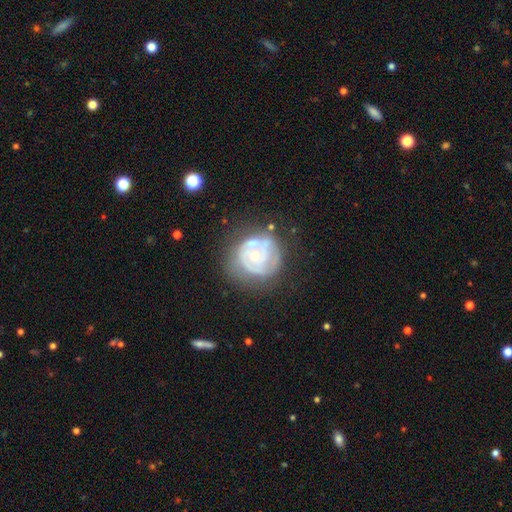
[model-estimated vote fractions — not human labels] This is likely a featured or disk galaxy (76%). It is clearly not viewed edge-on (98%). Bar: likely no (77%). Spiral arm pattern: likely yes (74%). Spiral arm count: marginally can't tell (36%). Spiral winding: likely tight (66%). Central bulge: possibly small (48%). Merging: possibly none (59%).